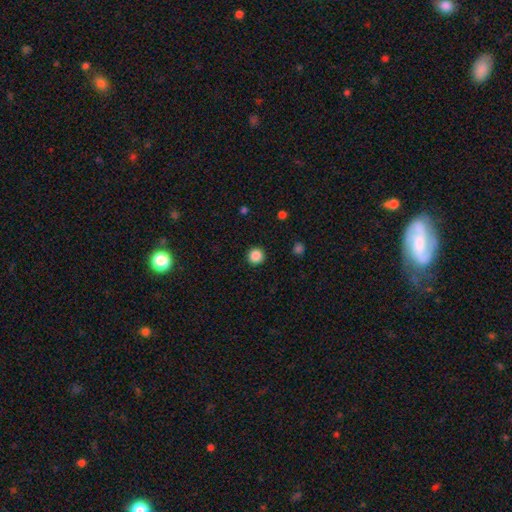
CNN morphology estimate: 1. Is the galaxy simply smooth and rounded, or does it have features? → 87% smooth, 10% star or artifact, 3% featured or disk.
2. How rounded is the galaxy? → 96% round, 3% in between, 1% cigar-shaped.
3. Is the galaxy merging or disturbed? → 92% none, 5% minor disturbance, 2% major disturbance, 1% merger.